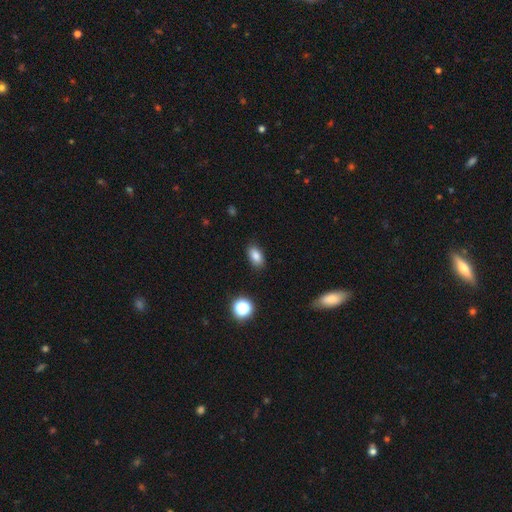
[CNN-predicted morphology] smooth-or-featured: smooth: 84% | star or artifact: 11% | featured or disk: 5%
  how-rounded: in between: 89% | round: 8% | cigar-shaped: 3%
  merging: none: 87% | minor disturbance: 10% | major disturbance: 2% | merger: 1%